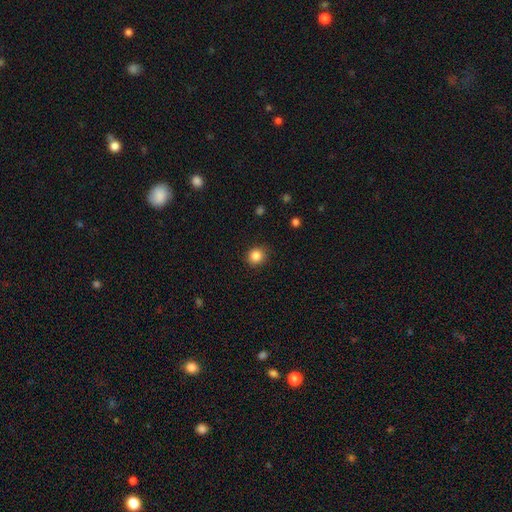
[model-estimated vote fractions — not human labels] smooth 85%, star or artifact 11%, featured or disk 4%. Down the decision tree: how rounded — round (87%); merging — none (88%).